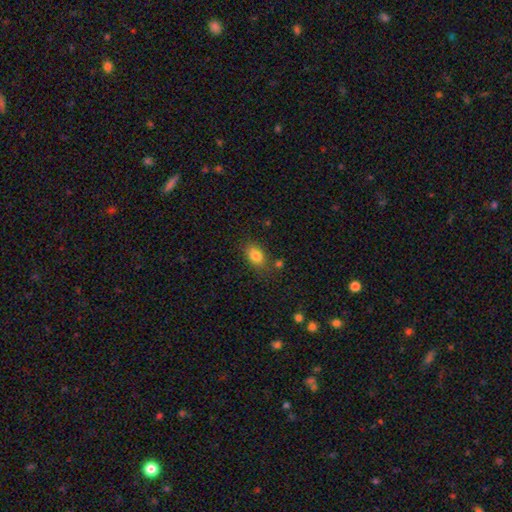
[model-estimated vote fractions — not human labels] Smooth or featured?
  - smooth: 84% *
  - star or artifact: 9%
  - featured or disk: 7%
How rounded?
  - in between: 82% *
  - round: 16%
  - cigar-shaped: 2%
Merging?
  - none: 75% *
  - minor disturbance: 15%
  - merger: 6%
  - major disturbance: 4%